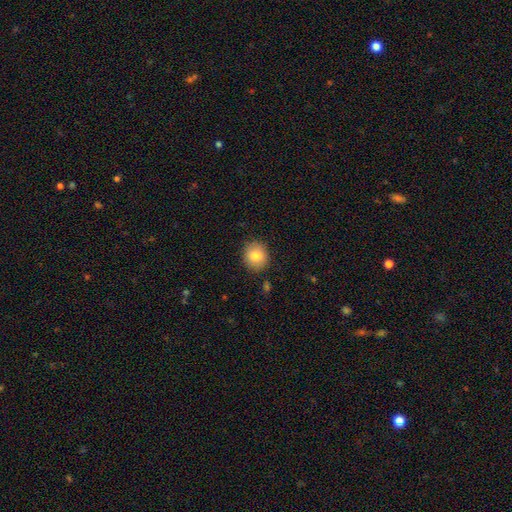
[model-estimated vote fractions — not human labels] A smooth galaxy with no disk features (83%) that is round (80%). Merging: none (87%).